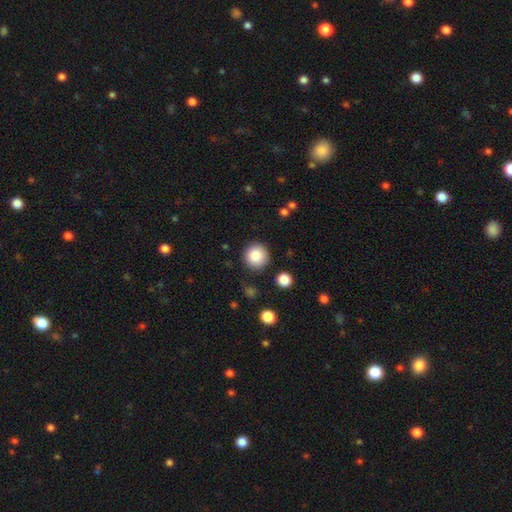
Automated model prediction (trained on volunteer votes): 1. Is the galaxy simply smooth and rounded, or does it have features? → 87% smooth, 9% star or artifact, 4% featured or disk.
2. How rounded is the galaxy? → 94% round, 5% in between, 1% cigar-shaped.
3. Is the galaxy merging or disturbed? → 87% none, 8% minor disturbance, 3% major disturbance, 2% merger.